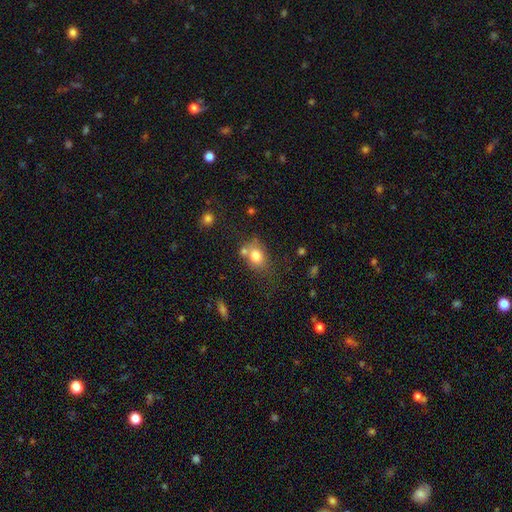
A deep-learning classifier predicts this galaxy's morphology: Overall: smooth (77%). How rounded: in between (56%; round 43%). Merging: none (47%; merger 26%).